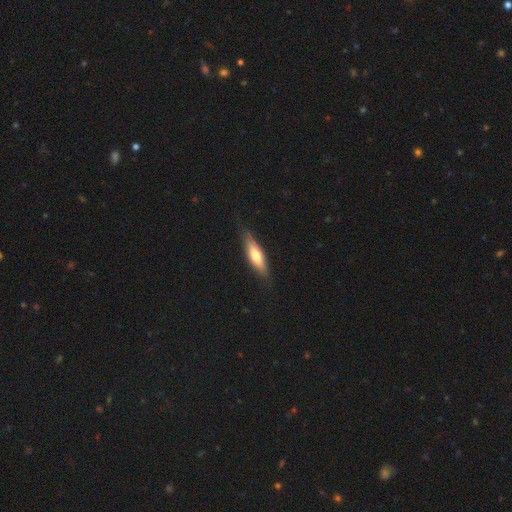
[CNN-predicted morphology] This appears to be a smooth galaxy with no disk features (59%) that is cigar-shaped (60%). Merging: none (77%).